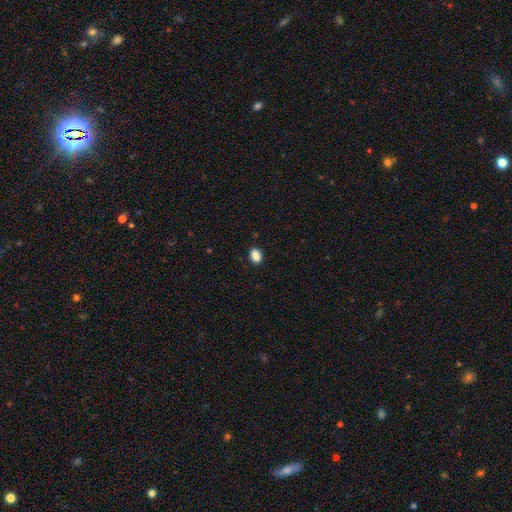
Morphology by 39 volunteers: Volunteers were most divided on "how rounded": in between: 74%, round: 26%, cigar-shaped: 0%. More confident: smooth or featured — smooth (97%); merging — none (95%).